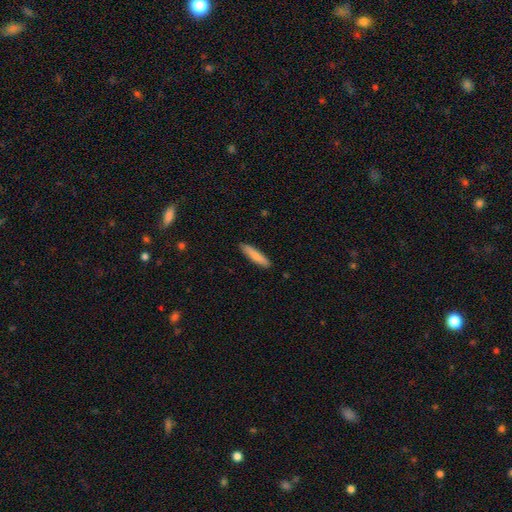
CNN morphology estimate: smooth-or-featured: smooth: 83% | featured or disk: 11% | star or artifact: 6%
  how-rounded: cigar-shaped: 85% | in between: 14% | round: 1%
  merging: none: 90% | minor disturbance: 8% | major disturbance: 2% | merger: 1%